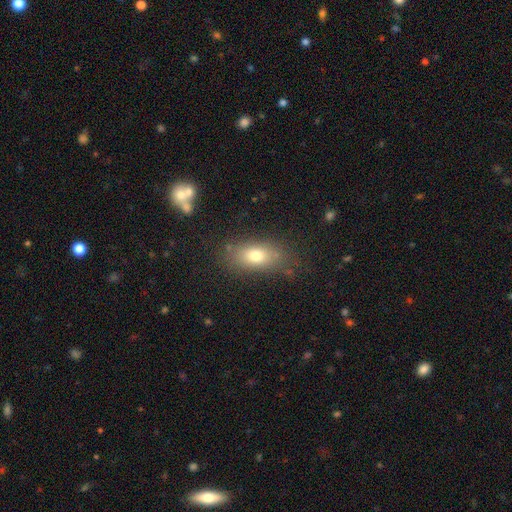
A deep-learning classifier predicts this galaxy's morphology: This appears to be a smooth galaxy with no disk features (74%) that is in between round and cigar-shaped (82%). Merging: none (76%).